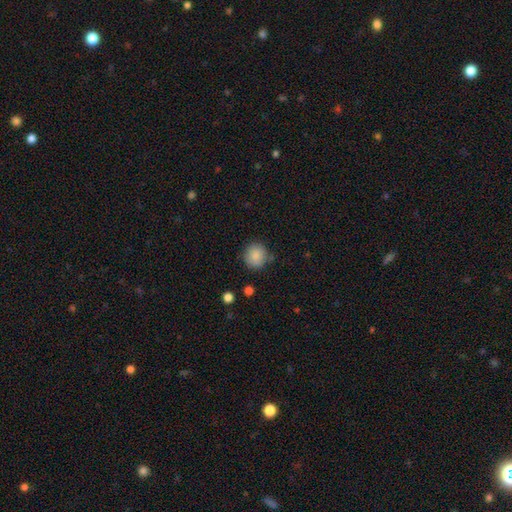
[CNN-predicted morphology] type=smooth (87%); roundness=round (89%); merging=none (83%).